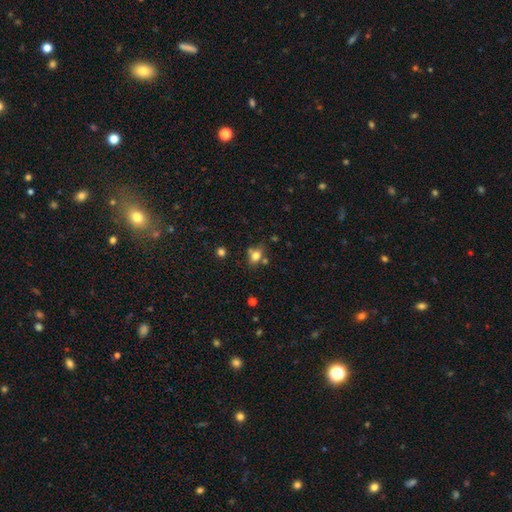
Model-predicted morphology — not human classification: A smooth galaxy with no disk features (73%) that is in between round and cigar-shaped (51%).

Vote fractions:
- Smooth or featured? smooth: 73% / star or artifact: 15% / featured or disk: 12%
- How rounded? in between: 51% / round: 46% / cigar-shaped: 2%
- Merging? none: 54% / minor disturbance: 20% / merger: 18% / major disturbance: 8%